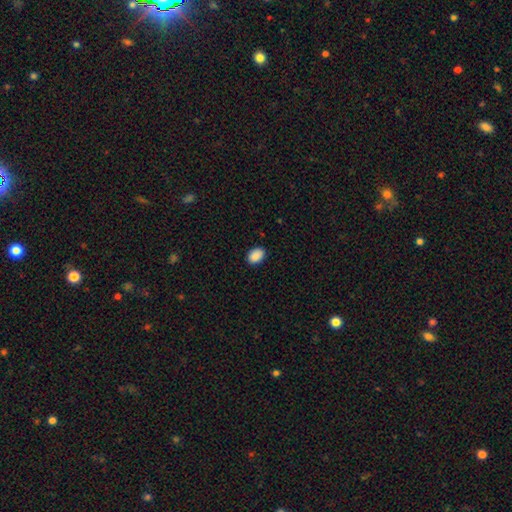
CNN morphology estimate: Smooth or featured? Predicted: smooth (p=0.90). How rounded? Predicted: in between (p=0.79). Merging? Predicted: none (p=0.88).